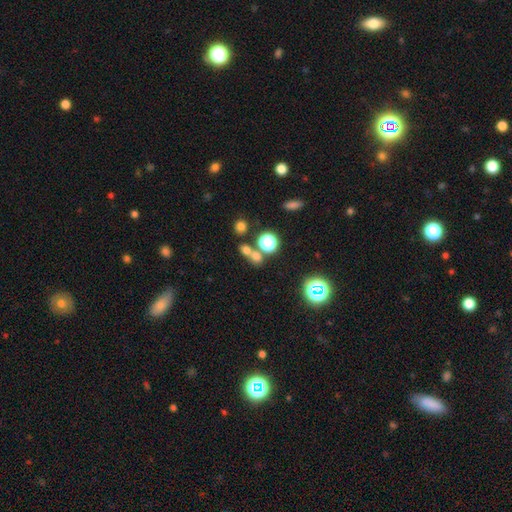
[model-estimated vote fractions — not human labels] Overall: smooth (63%; star or artifact 27%). How rounded: round (58%; in between 38%). Merging: none (47%; merger 40%).